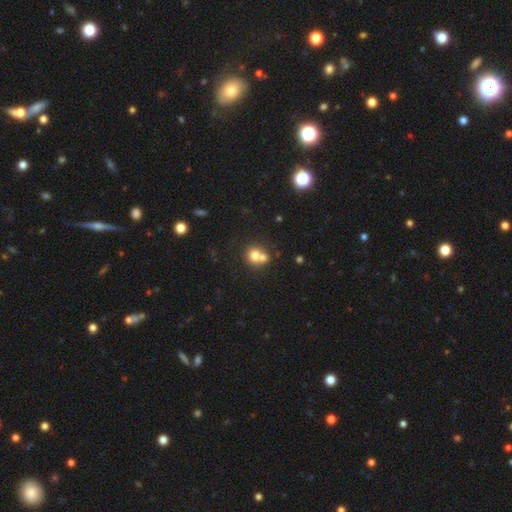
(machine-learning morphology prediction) Smooth or featured? Predicted: smooth (p=0.71). How rounded? Predicted: round (p=0.81). Merging? Predicted: merger (p=0.54).